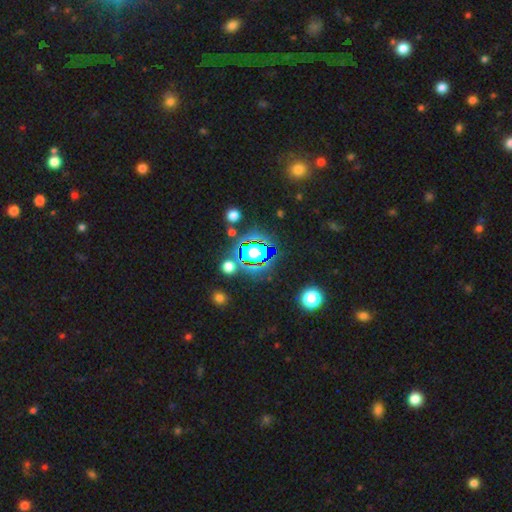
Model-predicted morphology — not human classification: A star or artifact, not a galaxy (60%).

Vote fractions:
- Smooth or featured? star or artifact: 60% / smooth: 28% / featured or disk: 13%